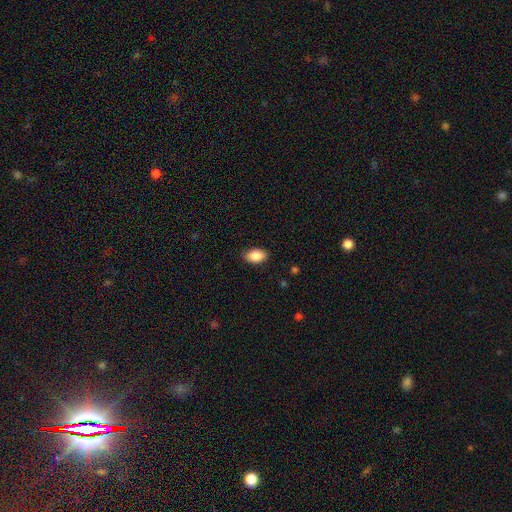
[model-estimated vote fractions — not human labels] This appears to be a smooth galaxy with no disk features (88%) that is in between round and cigar-shaped (91%). Merging: none (84%).